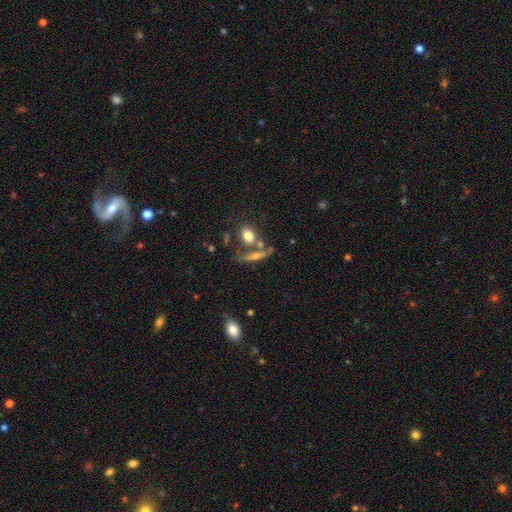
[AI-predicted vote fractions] Smooth or featured? smooth (51%)
How rounded? cigar-shaped (56%)
Merging? none (59%)